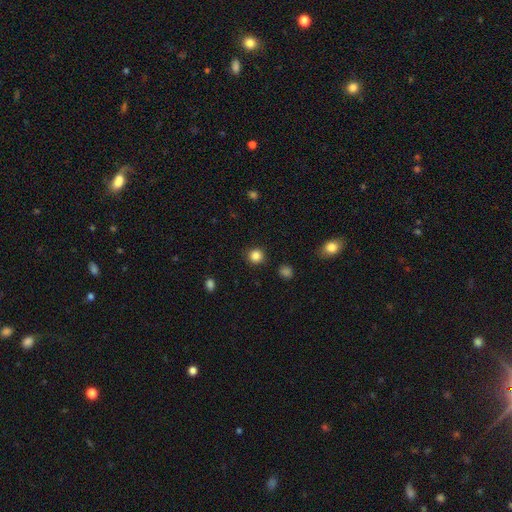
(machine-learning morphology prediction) smooth_or_featured: smooth (p=0.85) [alt: star or artifact p=0.11]
how_rounded: round (p=0.93) [alt: in between p=0.06]
merging: none (p=0.90) [alt: minor disturbance p=0.06]